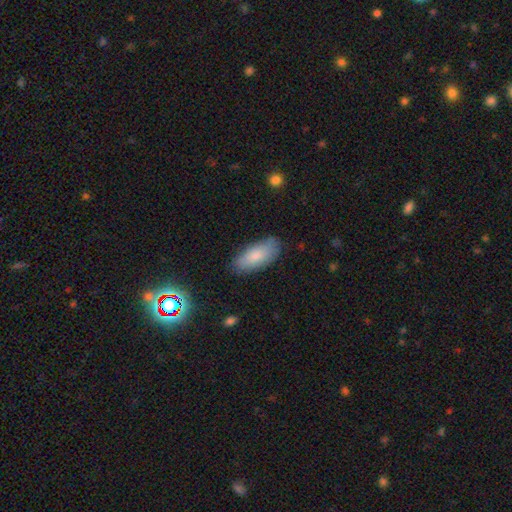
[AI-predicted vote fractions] Smooth or featured? smooth (82%)
How rounded? in between (84%)
Merging? none (80%)